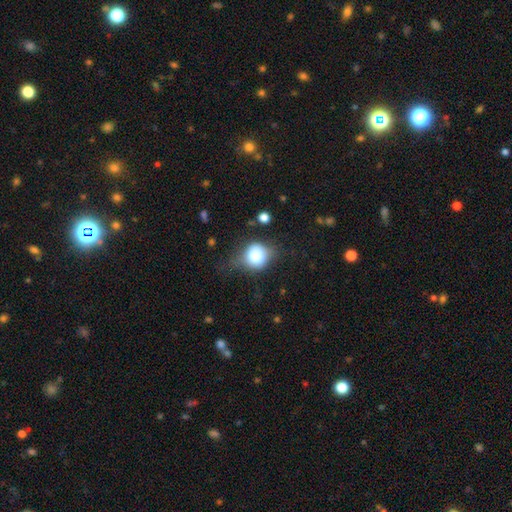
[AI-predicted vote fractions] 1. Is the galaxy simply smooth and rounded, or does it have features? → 73% smooth, 17% featured or disk, 10% star or artifact.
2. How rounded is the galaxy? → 75% round, 24% in between, 1% cigar-shaped.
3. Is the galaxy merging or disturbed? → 51% none, 31% minor disturbance, 14% major disturbance, 3% merger.